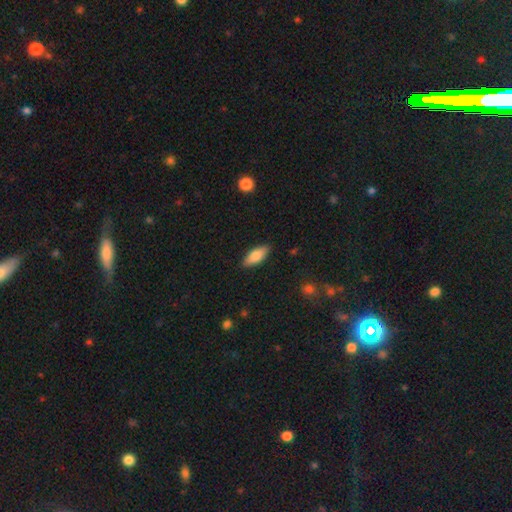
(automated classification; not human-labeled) This appears to be a smooth galaxy with no disk features (78%) that is in between round and cigar-shaped (77%). Merging: none (86%).